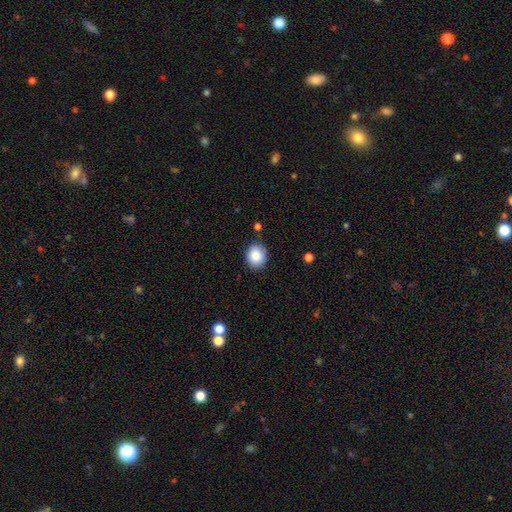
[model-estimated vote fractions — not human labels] Smooth or featured?
  - smooth: 87% *
  - star or artifact: 8%
  - featured or disk: 5%
How rounded?
  - round: 56% *
  - in between: 43%
  - cigar-shaped: 1%
Merging?
  - none: 83% *
  - minor disturbance: 12%
  - major disturbance: 3%
  - merger: 2%